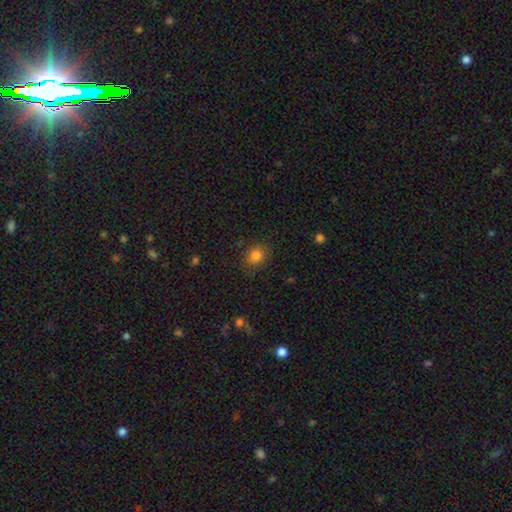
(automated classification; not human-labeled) Smooth or featured? smooth (81%)
How rounded? round (60%)
Merging? none (82%)